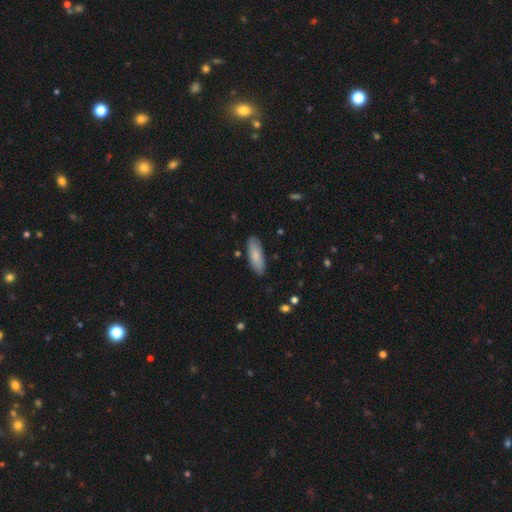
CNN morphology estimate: Overall: smooth (83%). How rounded: in between (56%; cigar-shaped 42%). Merging: none (85%).